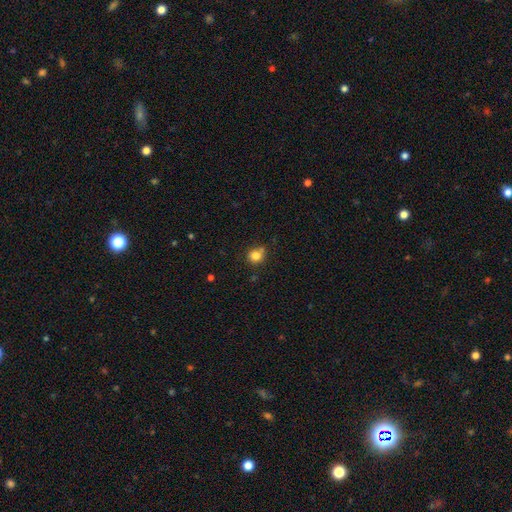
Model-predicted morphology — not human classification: Smooth or featured?
  - smooth: 82% *
  - star or artifact: 12%
  - featured or disk: 6%
How rounded?
  - round: 82% *
  - in between: 17%
  - cigar-shaped: 1%
Merging?
  - none: 68% *
  - minor disturbance: 19%
  - merger: 9%
  - major disturbance: 5%